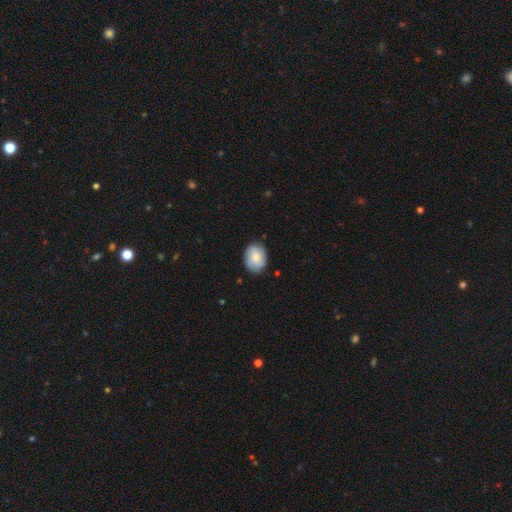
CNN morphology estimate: A smooth galaxy with no disk features (49%). Merging: none (78%).